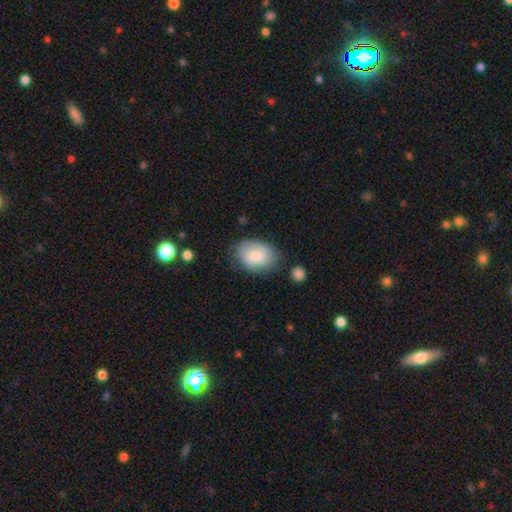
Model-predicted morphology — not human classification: Smooth or featured?
  - smooth: 79% *
  - featured or disk: 15%
  - star or artifact: 6%
How rounded?
  - in between: 82% *
  - round: 17%
  - cigar-shaped: 1%
Merging?
  - none: 70% *
  - minor disturbance: 21%
  - major disturbance: 6%
  - merger: 4%